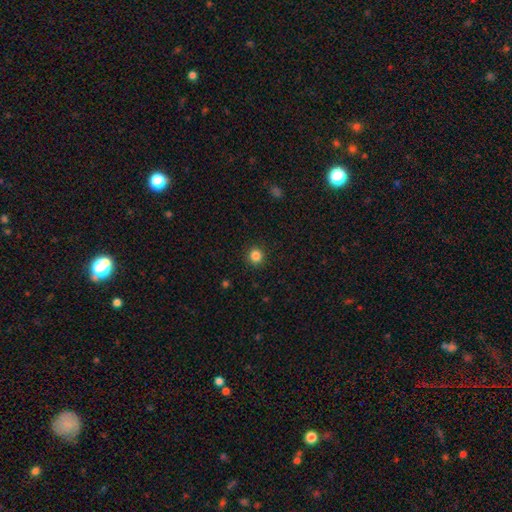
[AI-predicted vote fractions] Q: Smooth or featured?
A: smooth (85%); runner-up: star or artifact (12%)
Q: How rounded?
A: round (92%); runner-up: in between (7%)
Q: Merging?
A: none (92%); runner-up: minor disturbance (5%)